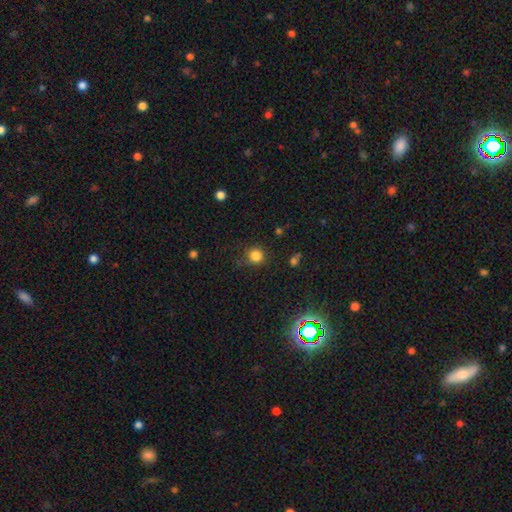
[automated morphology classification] Overall: smooth (82%). How rounded: round (90%). Merging: none (83%).